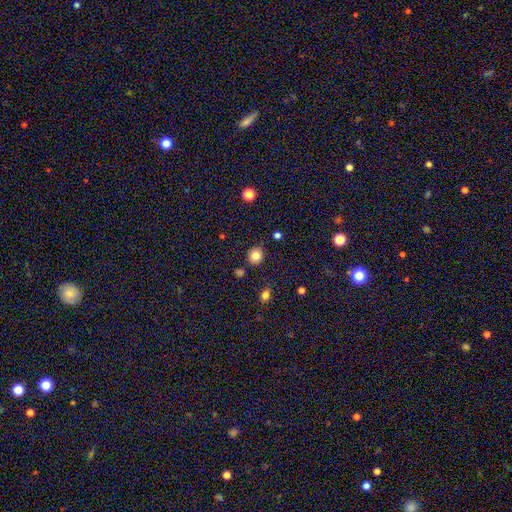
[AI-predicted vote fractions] This is clearly a smooth galaxy (83%). How rounded: clearly round (86%). Merging: clearly none (88%).